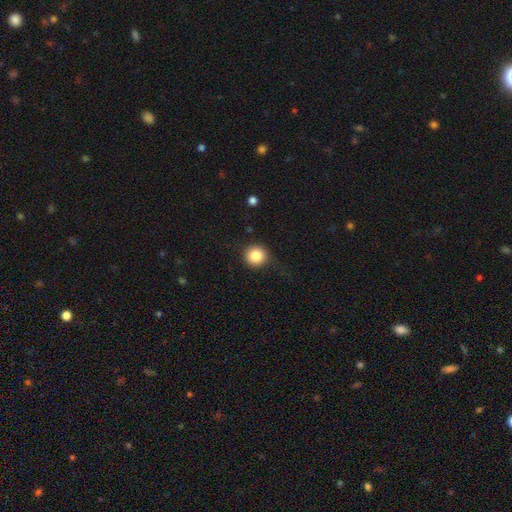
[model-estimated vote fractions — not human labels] This is clearly a smooth galaxy (86%). How rounded: clearly round (94%). Merging: clearly none (87%).